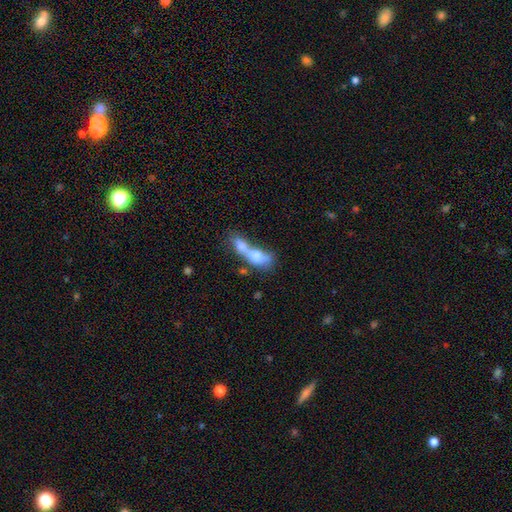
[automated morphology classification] A smooth galaxy with no disk features (62%) that is in between round and cigar-shaped (66%). Merging: merger (76%).